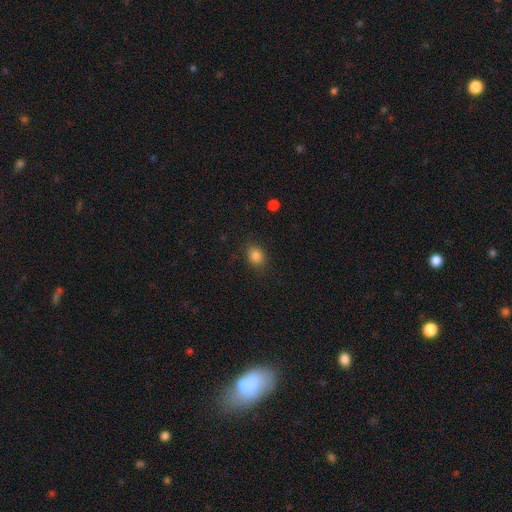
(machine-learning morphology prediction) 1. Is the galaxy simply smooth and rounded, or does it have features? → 84% smooth, 11% star or artifact, 5% featured or disk.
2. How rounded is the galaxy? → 50% round, 49% in between, 1% cigar-shaped.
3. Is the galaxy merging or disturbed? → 85% none, 11% minor disturbance, 3% major disturbance, 1% merger.